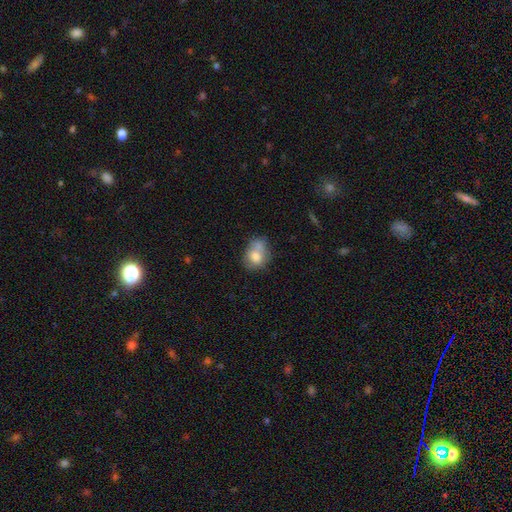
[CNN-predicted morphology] smooth_or_featured: smooth (p=0.71) [alt: featured or disk p=0.20]
how_rounded: round (p=0.52) [alt: in between p=0.47]
merging: merger (p=0.36) [alt: none p=0.34]